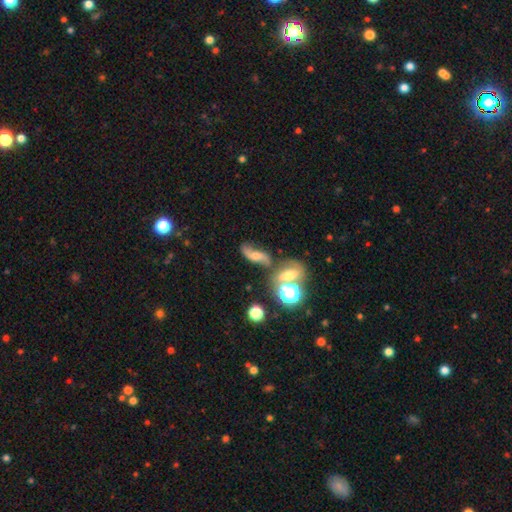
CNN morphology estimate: Smooth or featured?
  - featured or disk: 57% *
  - smooth: 28%
  - star or artifact: 15%
Edge-on disk?
  - no: 90% *
  - yes: 10%
Bar?
  - no: 58% *
  - weak: 29%
  - strong: 13%
Spiral arms?
  - yes: 85% *
  - no: 15%
Bulge size?
  - moderate: 53% *
  - small: 28%
  - large: 10%
  - none: 6%
  - dominant: 3%
Merging?
  - none: 46% *
  - merger: 27%
  - minor disturbance: 16%
  - major disturbance: 11%